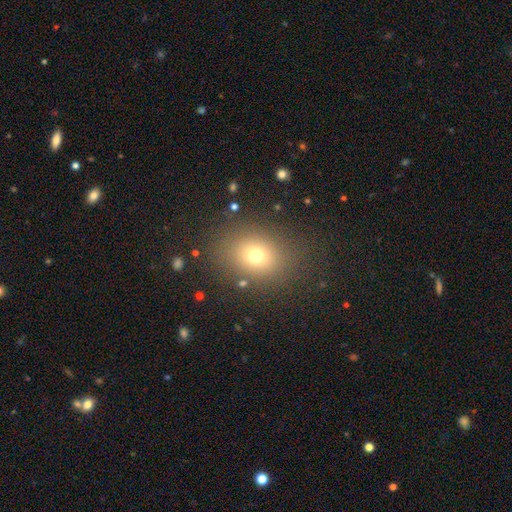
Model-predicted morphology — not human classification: Overall: smooth (70%). How rounded: round (50%; in between 49%). Merging: none (82%).